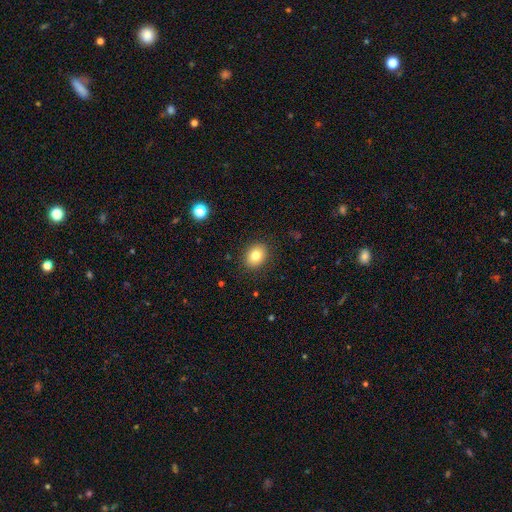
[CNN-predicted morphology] Smooth or featured? Predicted: smooth (p=0.80). How rounded? Predicted: in between (p=0.50). Merging? Predicted: none (p=0.88).